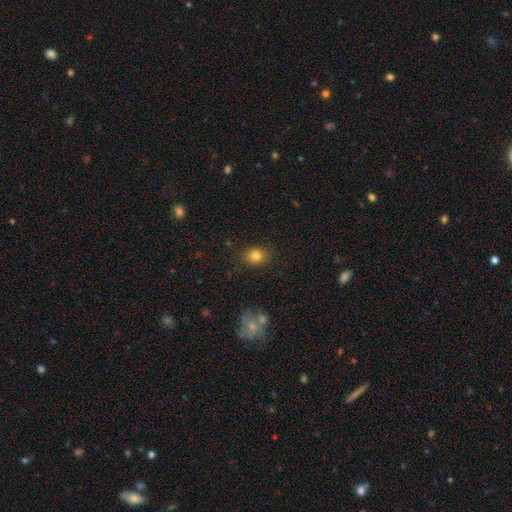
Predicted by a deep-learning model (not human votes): A smooth galaxy with no disk features (81%) that is round (56%). Merging: none (86%).